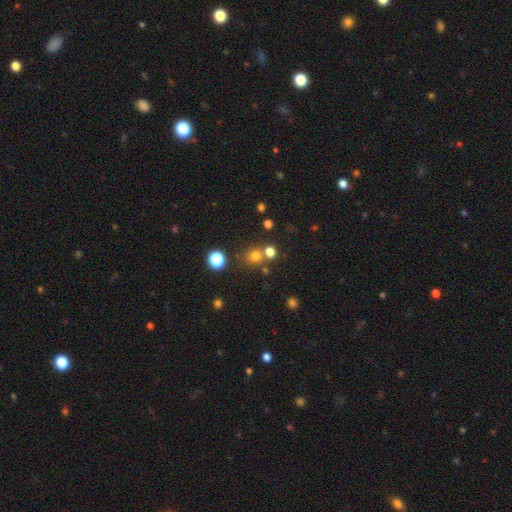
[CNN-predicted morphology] Smooth or featured?
  - smooth: 72% *
  - star or artifact: 21%
  - featured or disk: 7%
How rounded?
  - round: 88% *
  - in between: 11%
  - cigar-shaped: 1%
Merging?
  - none: 69% *
  - merger: 20%
  - minor disturbance: 8%
  - major disturbance: 4%